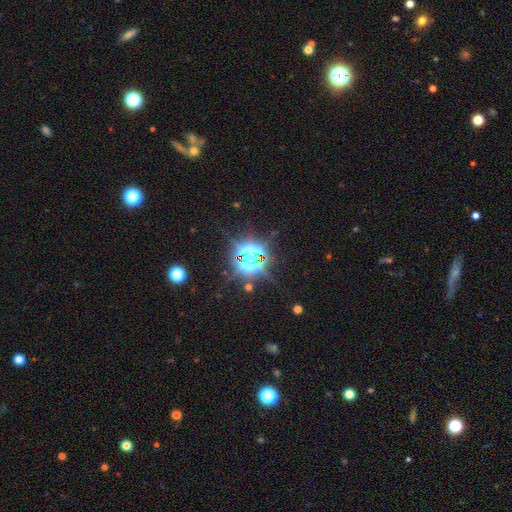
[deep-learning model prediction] A star or artifact, not a galaxy (78%).